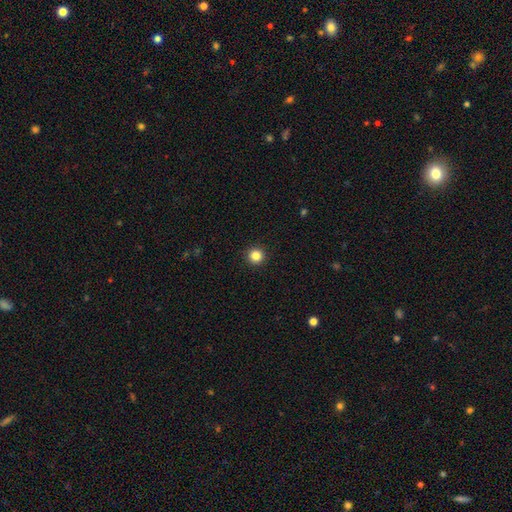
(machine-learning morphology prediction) smooth_or_featured: smooth (p=0.85) [alt: star or artifact p=0.12]
how_rounded: round (p=0.96) [alt: in between p=0.03]
merging: none (p=0.93) [alt: minor disturbance p=0.04]